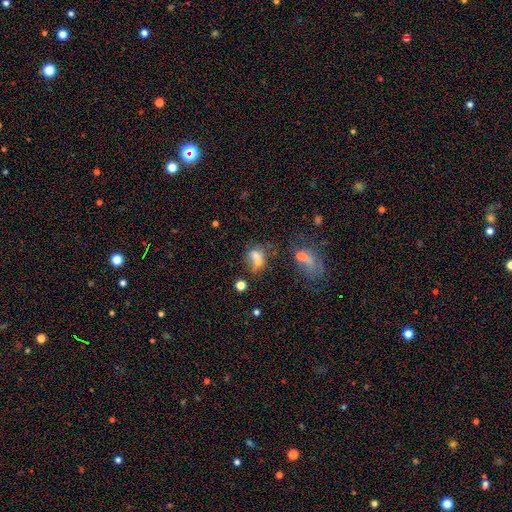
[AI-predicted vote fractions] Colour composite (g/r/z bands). It shows a smooth galaxy with no disk features (60%) that is in between round and cigar-shaped (67%). Merging: merger (42%).